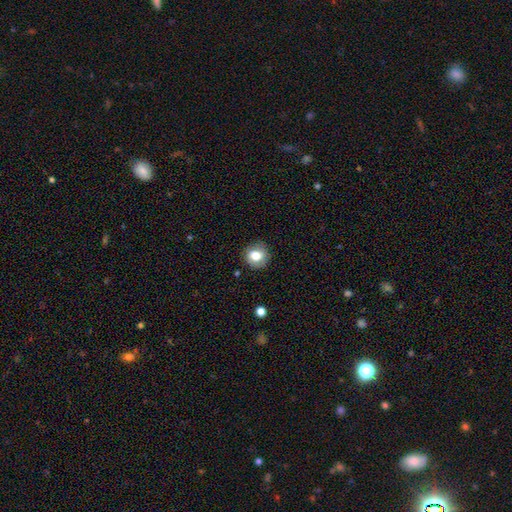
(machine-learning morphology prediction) A smooth galaxy with no disk features (76%) that is round (85%). Merging: none (82%).